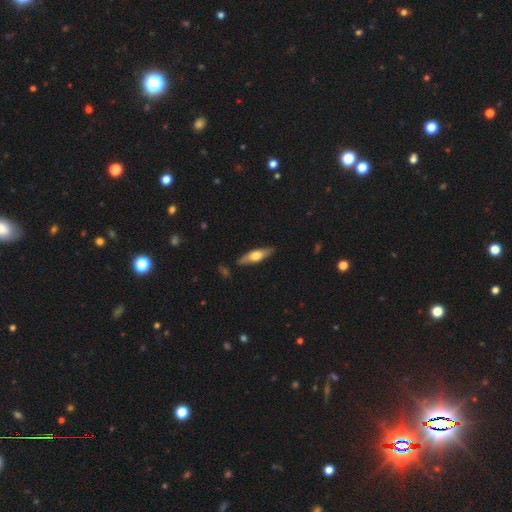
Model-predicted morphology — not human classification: This is possibly a smooth galaxy (50%). How rounded: possibly cigar-shaped (59%). Merging: clearly none (86%).